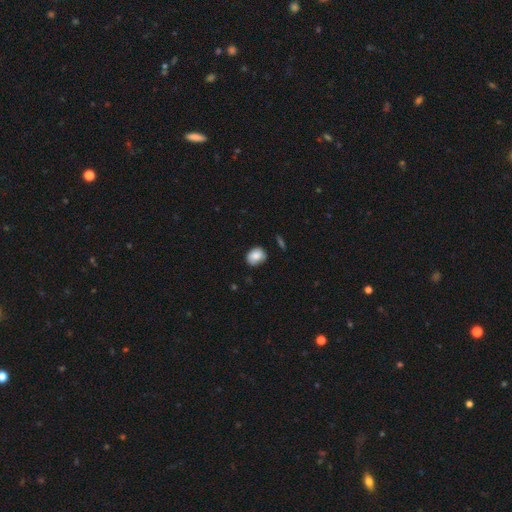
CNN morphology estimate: The model was most divided on "how rounded": in between: 50%, round: 49%, cigar-shaped: 1%. More confident: smooth or featured — smooth (83%); merging — none (68%).